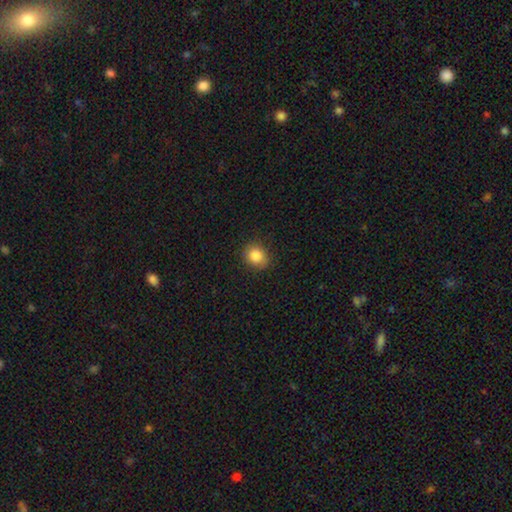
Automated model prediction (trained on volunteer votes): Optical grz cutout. It shows a smooth galaxy with no disk features (85%) that is round (71%). Merging: none (84%).